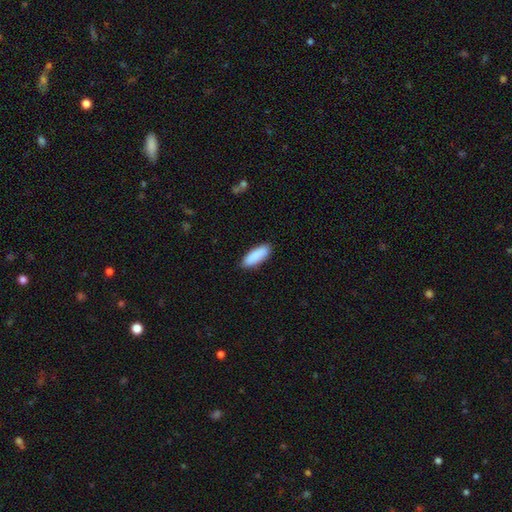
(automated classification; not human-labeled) Smooth or featured? smooth (91%)
How rounded? in between (71%)
Merging? none (88%)